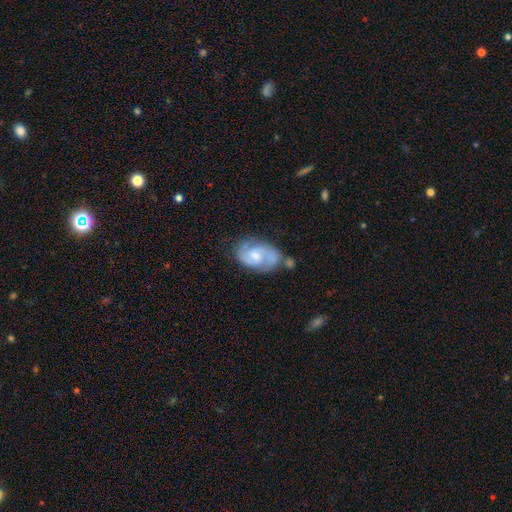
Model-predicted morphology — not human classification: A featured or disk galaxy (76%) with no bar (57%), 2 (82%) medium (48%) spiral arms (94%) and a moderate central bulge (47%).

Vote fractions:
- Smooth or featured? featured or disk: 76% / smooth: 18% / star or artifact: 6%
- Edge-on disk? no: 97% / yes: 3%
- Bar? no: 57% / weak: 38% / strong: 5%
- Spiral arms? yes: 94% / no: 6%
- Spiral winding? medium: 48% / tight: 37% / loose: 15%
- Spiral arm count? 2: 82% / can't tell: 9% / 3: 3% / 1: 3% / 4: 1% / more than 4: 1%
- Bulge size? moderate: 47% / small: 42% / none: 5% / large: 5% / dominant: 1%
- Merging? none: 51% / minor disturbance: 23% / merger: 17% / major disturbance: 9%